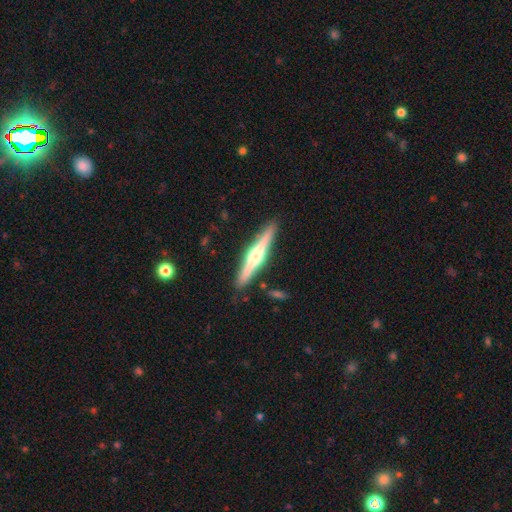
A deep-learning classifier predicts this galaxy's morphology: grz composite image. It shows a featured or disk galaxy (73%) viewed edge-on (98%) with a rounded central bulge (90%). Merging: none (88%).